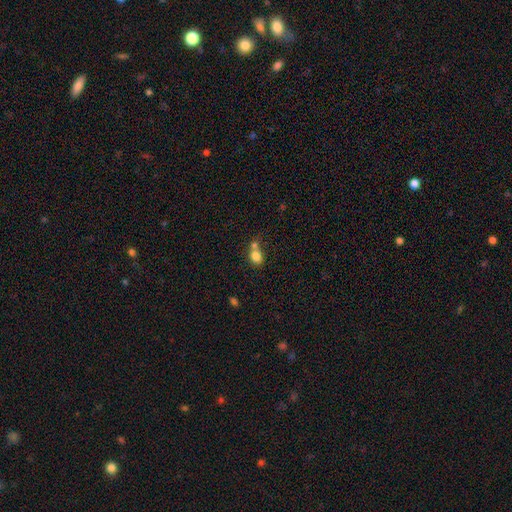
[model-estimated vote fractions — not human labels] Morphology: type=smooth (80%); roundness=in between (53%); merging=merger (48%).